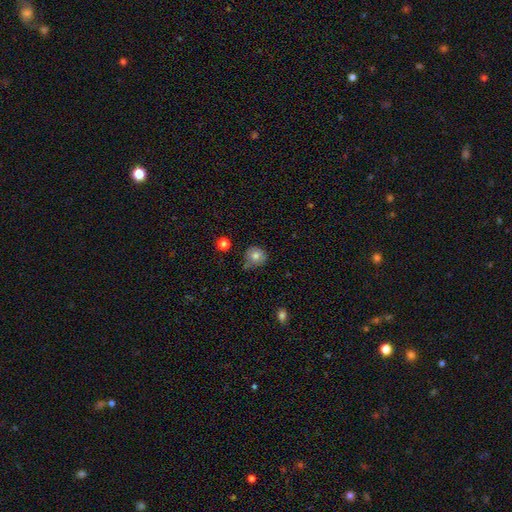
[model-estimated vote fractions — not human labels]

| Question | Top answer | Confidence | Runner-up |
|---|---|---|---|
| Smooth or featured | smooth | 77% | featured or disk (12%) |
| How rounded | round | 83% | in between (16%) |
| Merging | none | 59% | minor disturbance (29%) |